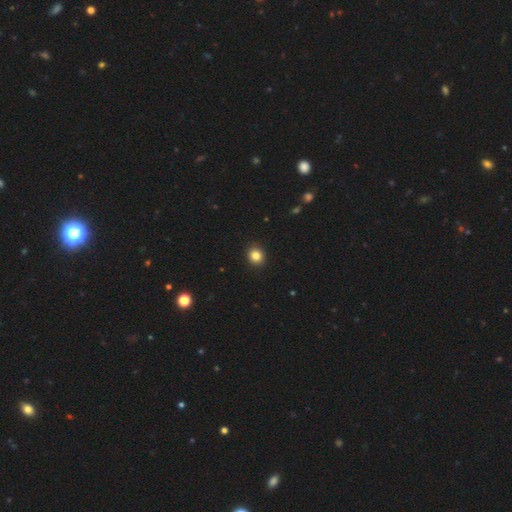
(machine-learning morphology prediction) smooth-or-featured: smooth: 84% | star or artifact: 11% | featured or disk: 5%
  how-rounded: round: 83% | in between: 16% | cigar-shaped: 1%
  merging: none: 92% | minor disturbance: 5% | major disturbance: 2% | merger: 1%